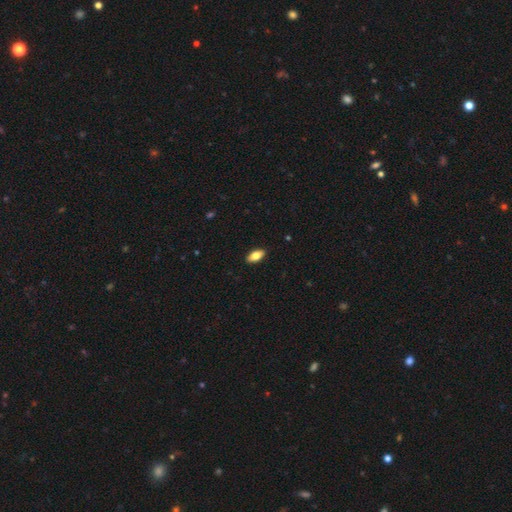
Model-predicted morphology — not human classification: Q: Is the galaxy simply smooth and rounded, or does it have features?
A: smooth — 77%.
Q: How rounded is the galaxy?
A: in between — 89%.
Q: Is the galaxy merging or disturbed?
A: none — 90%.